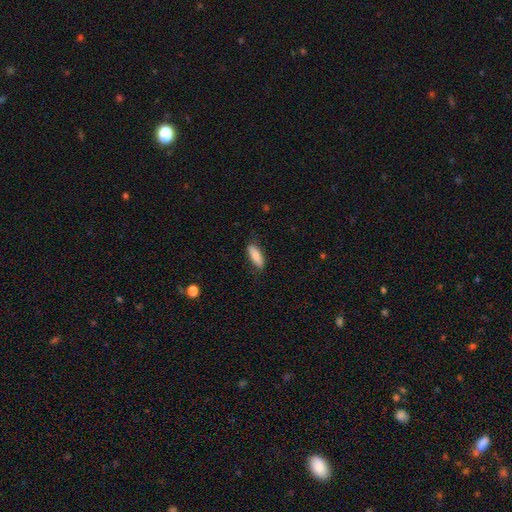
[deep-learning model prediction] Smooth or featured? smooth (76%)
How rounded? in between (58%)
Merging? none (81%)